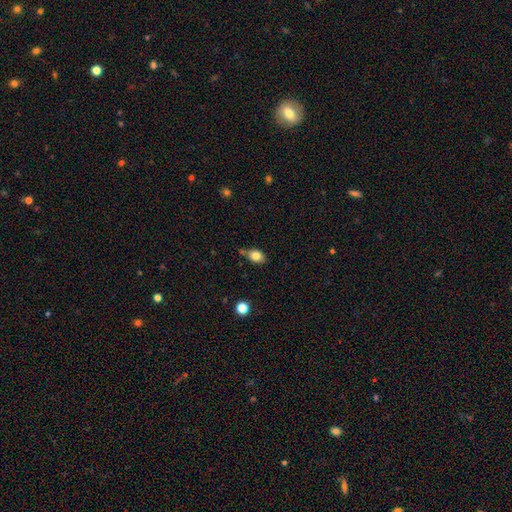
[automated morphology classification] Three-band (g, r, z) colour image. It shows a smooth galaxy with no disk features (81%) that is in between round and cigar-shaped (75%). Merging: none (66%).